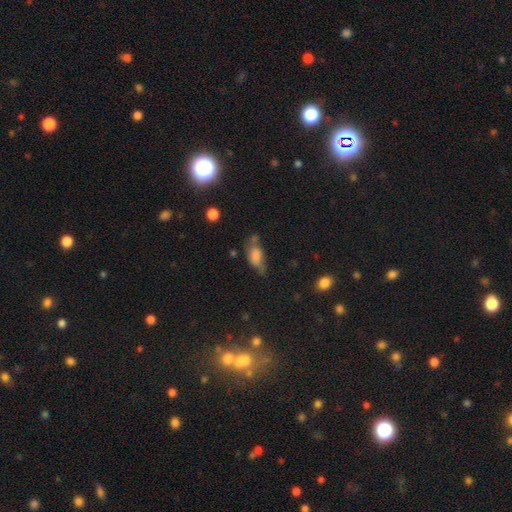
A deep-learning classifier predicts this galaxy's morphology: Smooth or featured? smooth (67%)
How rounded? in between (83%)
Merging? none (39%)